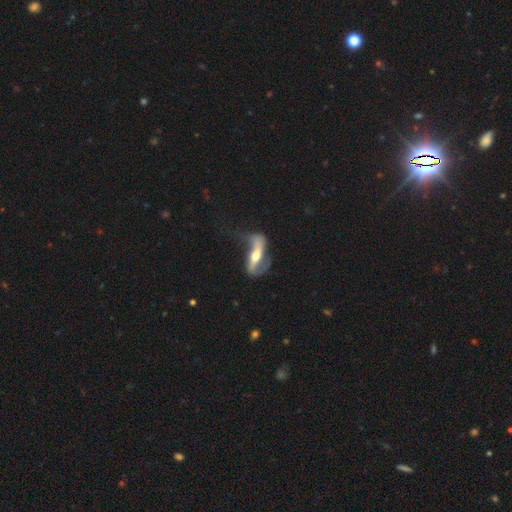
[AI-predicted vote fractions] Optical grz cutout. It shows a featured or disk galaxy (73%) with a strong bar (52%), spiral arms (78%) and a moderate central bulge (64%). Merging: none (38%).